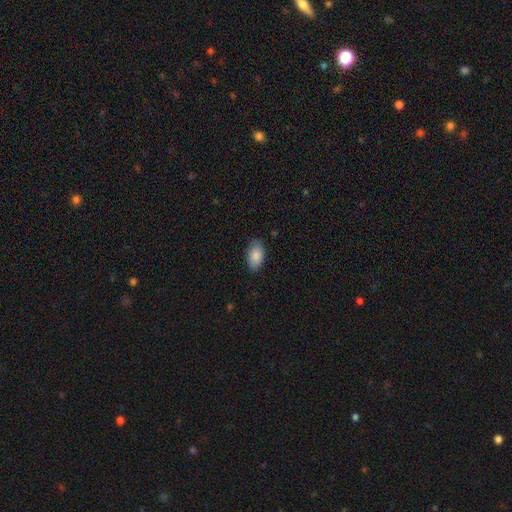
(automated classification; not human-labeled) This is clearly a smooth galaxy (87%). How rounded: clearly in between (94%). Merging: clearly none (84%).